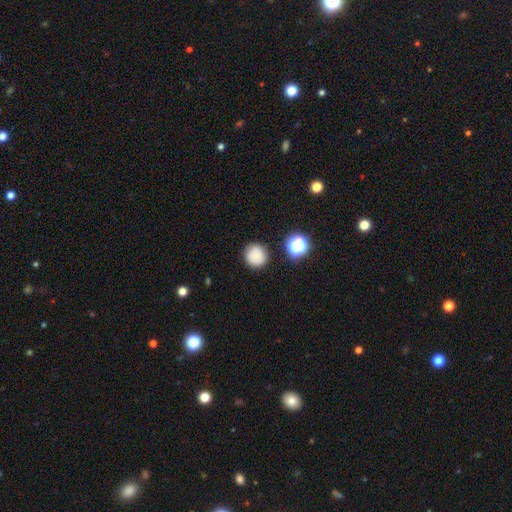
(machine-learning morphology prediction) Smooth or featured: smooth — 78% (star or artifact — 12%)
How rounded: round — 94% (in between — 5%)
Merging: none — 86% (minor disturbance — 8%)